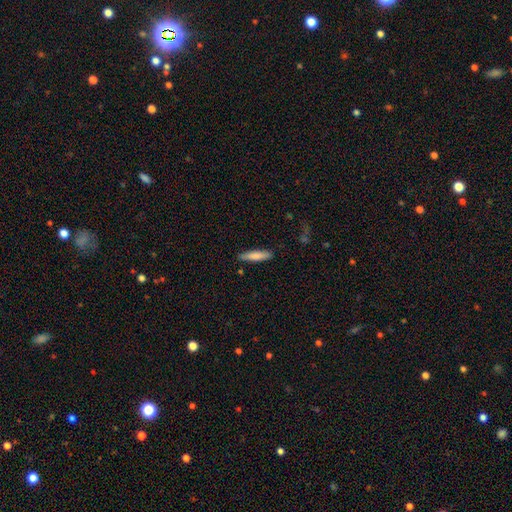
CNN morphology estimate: smooth 80%, featured or disk 14%, star or artifact 6%. Down the decision tree: how rounded — cigar-shaped (80%); merging — none (86%).